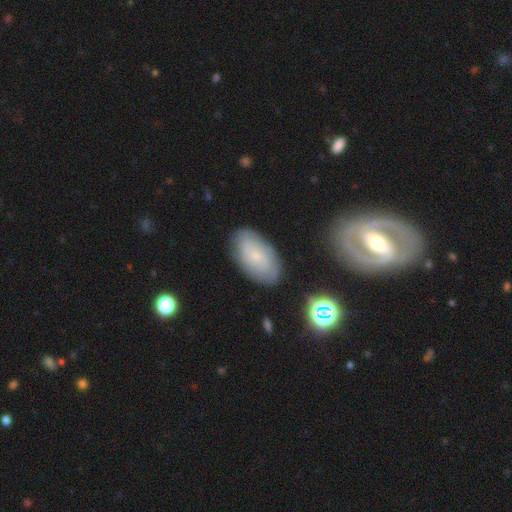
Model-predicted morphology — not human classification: Smooth or featured? smooth (53%)
How rounded? in between (93%)
Merging? none (80%)